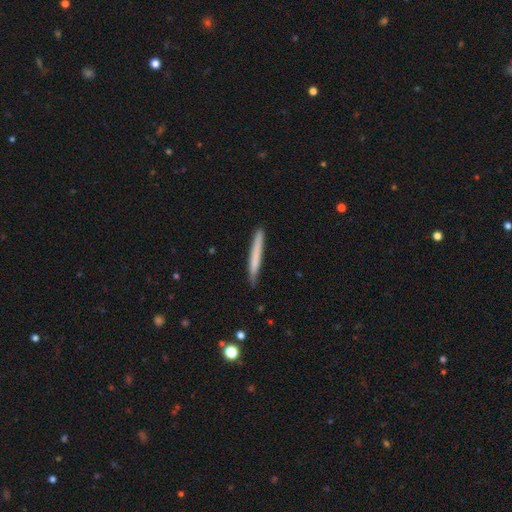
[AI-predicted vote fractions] smooth-or-featured: smooth: 68% | featured or disk: 26% | star or artifact: 6%
  how-rounded: cigar-shaped: 97% | in between: 2% | round: 1%
  merging: none: 88% | minor disturbance: 9% | major disturbance: 1% | merger: 1%